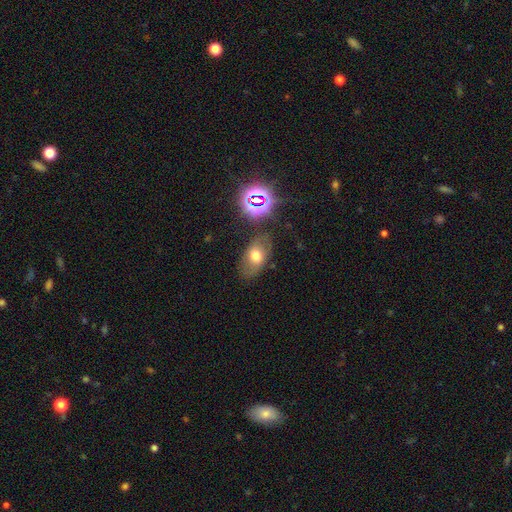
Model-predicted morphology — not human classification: Smooth or featured? smooth (57%)
How rounded? in between (86%)
Merging? none (75%)